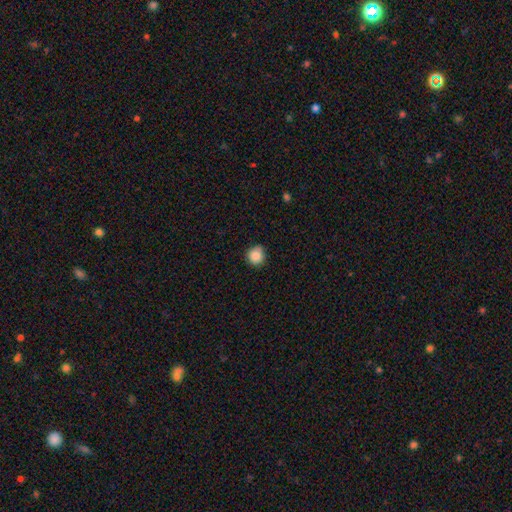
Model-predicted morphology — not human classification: type=smooth (86%); roundness=round (93%); merging=none (79%).